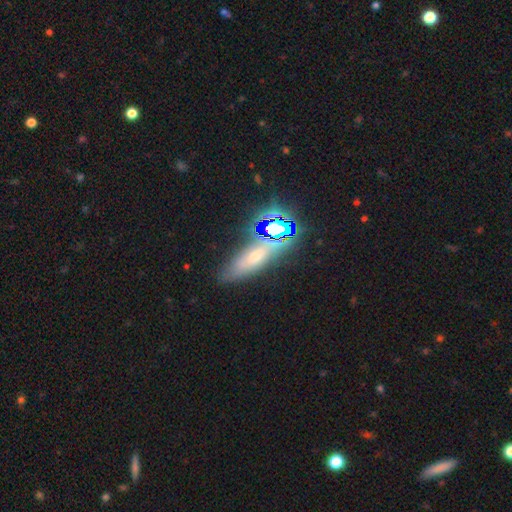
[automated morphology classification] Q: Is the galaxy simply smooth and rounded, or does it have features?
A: star or artifact — 38%.